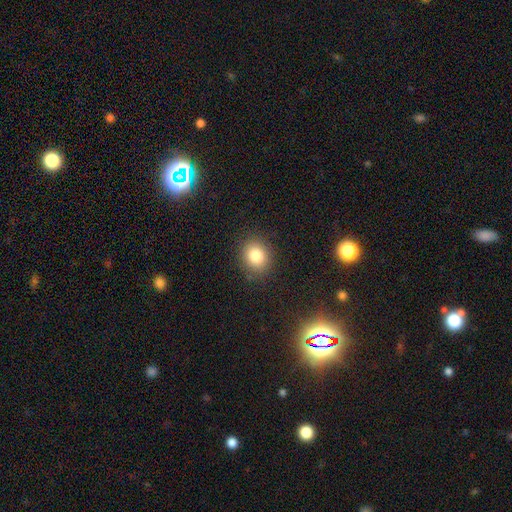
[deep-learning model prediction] Smooth or featured? Predicted: smooth (p=0.82). How rounded? Predicted: round (p=0.71). Merging? Predicted: none (p=0.86).